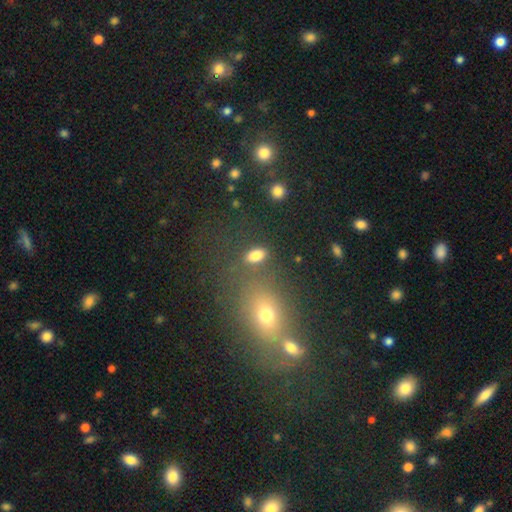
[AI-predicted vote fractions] This appears to be a smooth galaxy with no disk features (82%) that is in between round and cigar-shaped (88%). Merging: none (78%).